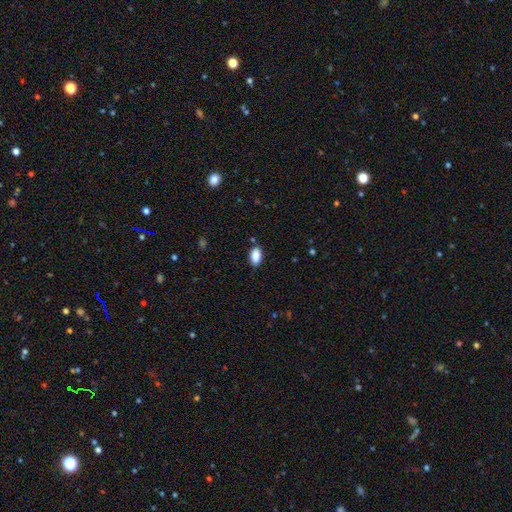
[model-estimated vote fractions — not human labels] Morphology: type=smooth (89%); roundness=in between (93%); merging=none (82%).